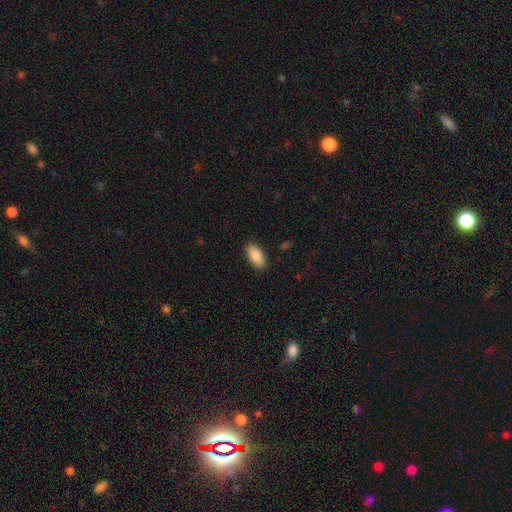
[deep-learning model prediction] Morphology: type=smooth (87%); roundness=in between (92%); merging=none (89%).